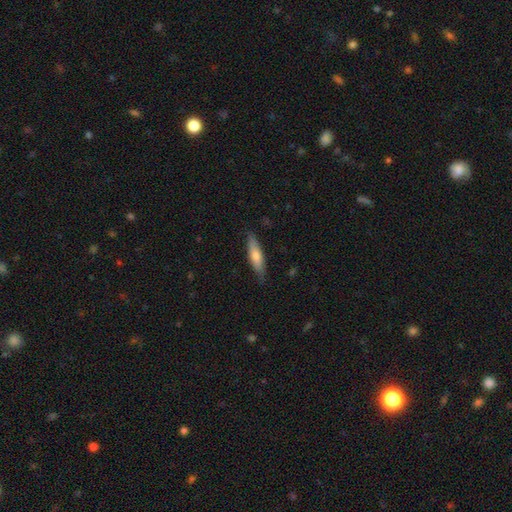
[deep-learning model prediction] The model was most divided on "smooth or featured": smooth: 65%, featured or disk: 30%, star or artifact: 6%. More confident: merging — none (83%); how rounded — cigar-shaped (69%).